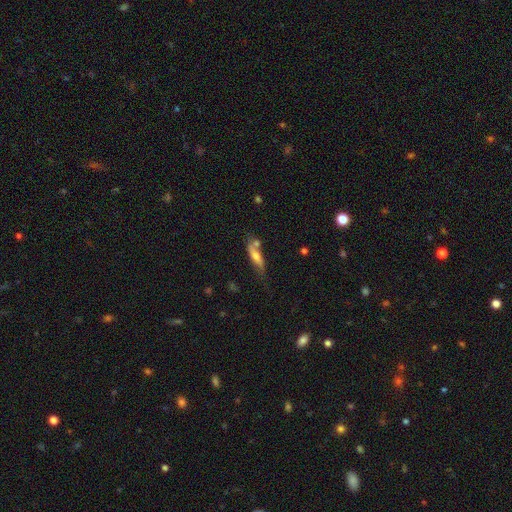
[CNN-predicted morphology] This is possibly a smooth galaxy (53%). How rounded: likely cigar-shaped (62%). Merging: possibly none (48%).